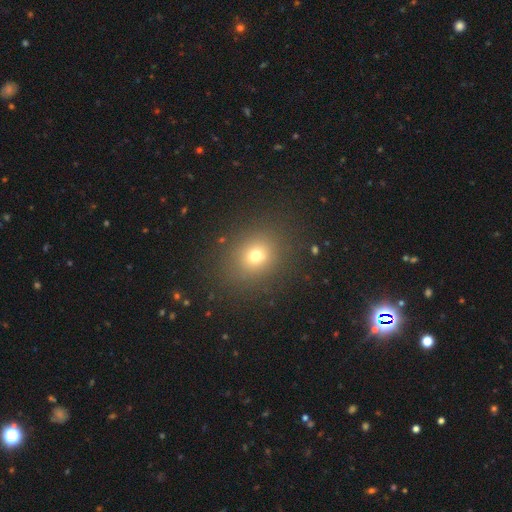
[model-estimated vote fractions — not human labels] Smooth or featured? smooth (70%)
How rounded? round (72%)
Merging? none (85%)